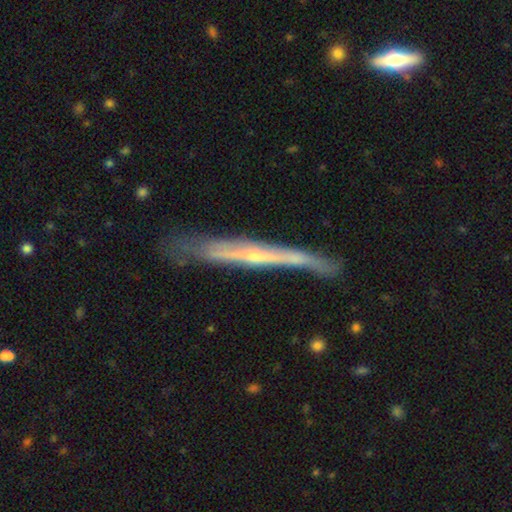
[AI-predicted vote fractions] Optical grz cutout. It shows a featured or disk galaxy (71%) viewed edge-on (91%) with no central bulge (55%). Merging: none (67%).